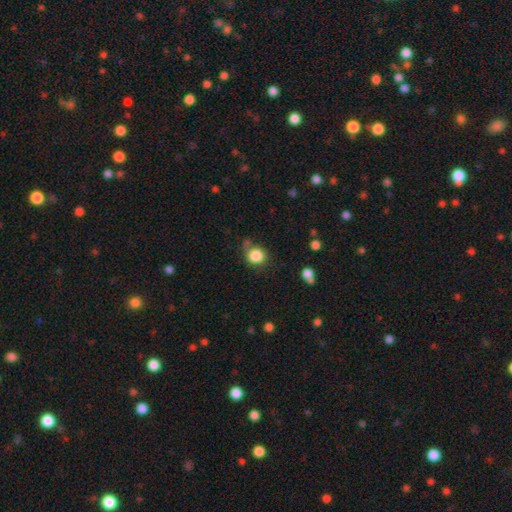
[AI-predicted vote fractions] Morphology: type=smooth (85%); roundness=round (85%); merging=none (70%).